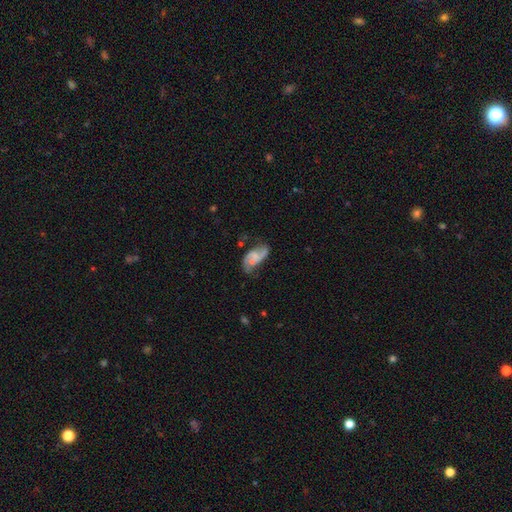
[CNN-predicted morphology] A featured or disk galaxy (74%) with no bar (52%), 2 (88%) loose (52%) spiral arms (90%) and a small central bulge (48%). Merging: none (52%).